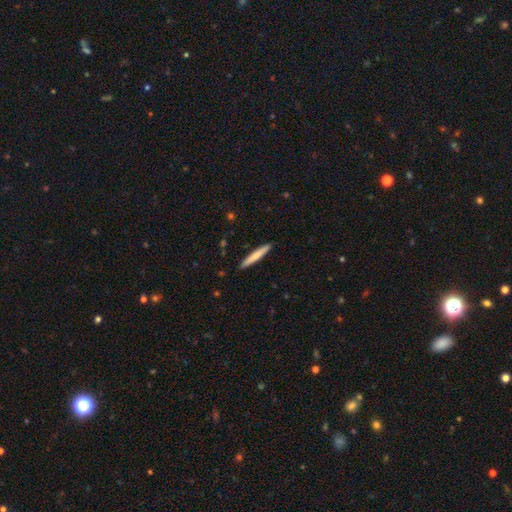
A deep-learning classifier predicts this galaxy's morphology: This appears to be a smooth galaxy with no disk features (64%) that is cigar-shaped (94%). Merging: none (91%).